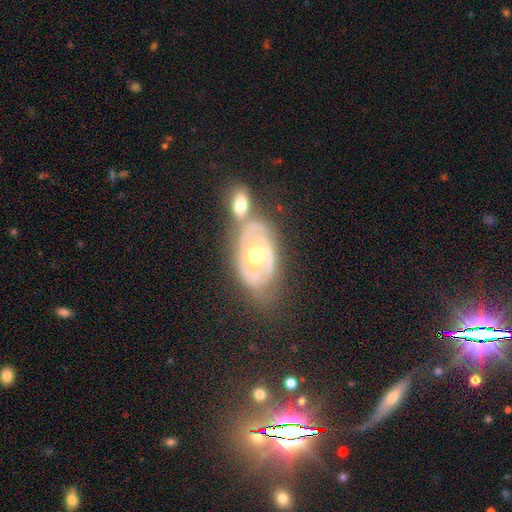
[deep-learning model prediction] featured or disk 76%, smooth 16%, star or artifact 8%. Down the decision tree: edge-on disk — no (94%); bar — no (78%); spiral arms — yes (55%); bulge size — moderate (78%); merging — none (51%).